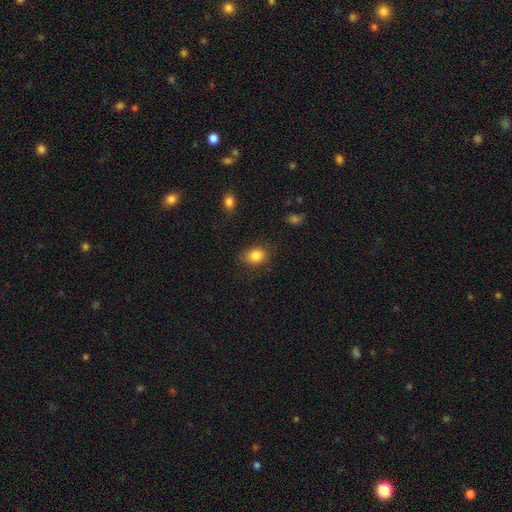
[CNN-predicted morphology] Smooth or featured? smooth (85%)
How rounded? in between (56%)
Merging? none (80%)